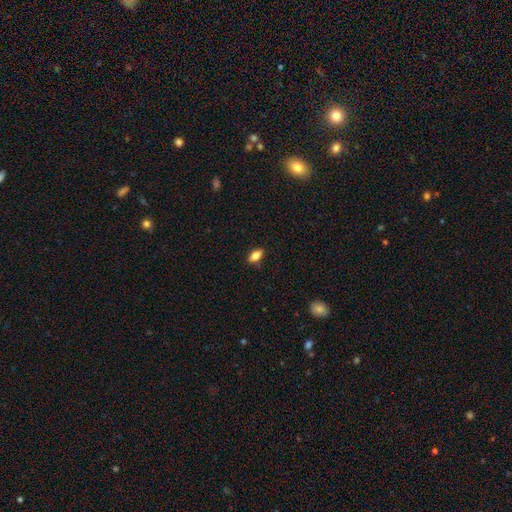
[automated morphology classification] smooth-or-featured: smooth: 80% | featured or disk: 11% | star or artifact: 9%
  how-rounded: in between: 86% | cigar-shaped: 8% | round: 6%
  merging: none: 84% | minor disturbance: 12% | major disturbance: 2% | merger: 1%